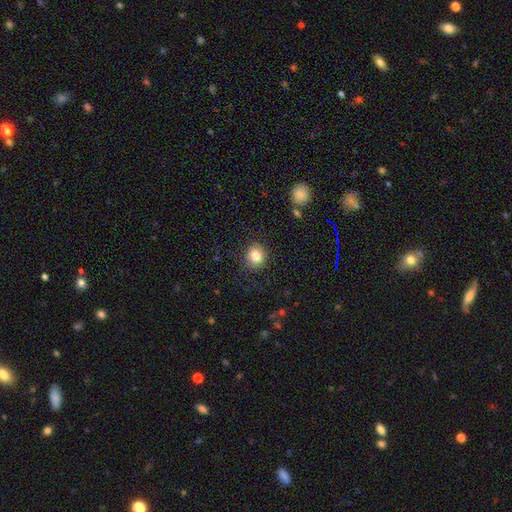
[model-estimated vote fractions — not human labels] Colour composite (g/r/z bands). It shows a smooth galaxy with no disk features (84%) that is round (79%). Merging: none (86%).